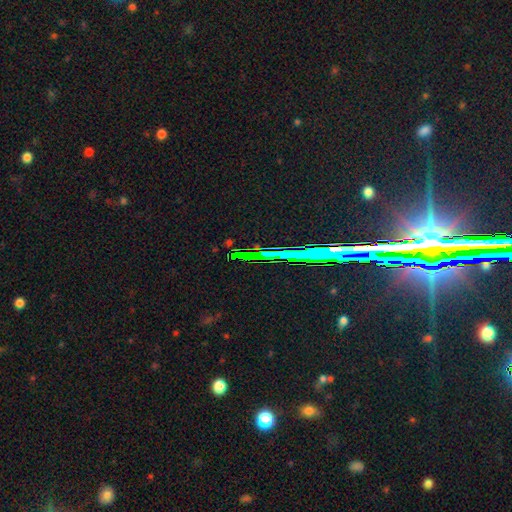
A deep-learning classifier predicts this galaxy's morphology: A star or artifact, not a galaxy (75%).